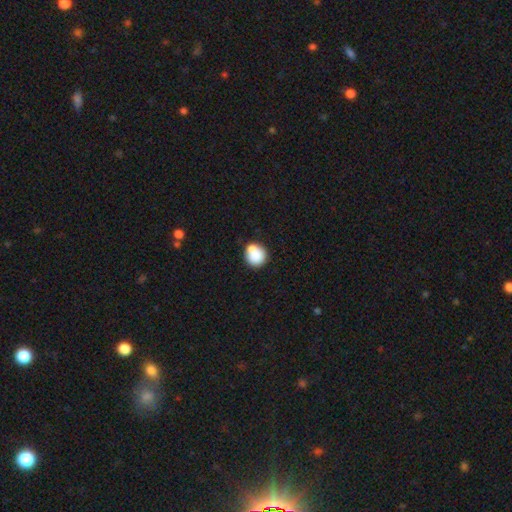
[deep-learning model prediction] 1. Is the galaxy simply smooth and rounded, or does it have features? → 82% smooth, 10% featured or disk, 9% star or artifact.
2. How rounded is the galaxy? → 82% round, 17% in between, 1% cigar-shaped.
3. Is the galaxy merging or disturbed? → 60% none, 22% merger, 14% minor disturbance, 4% major disturbance.